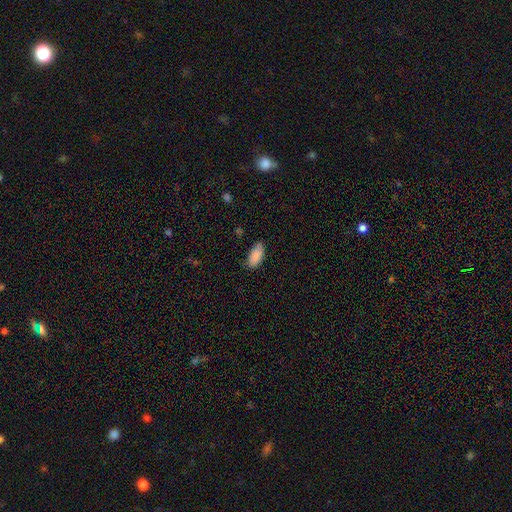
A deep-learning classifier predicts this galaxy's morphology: smooth-or-featured: smooth: 88% | star or artifact: 6% | featured or disk: 5%
  how-rounded: in between: 91% | cigar-shaped: 7% | round: 2%
  merging: none: 75% | minor disturbance: 20% | major disturbance: 3% | merger: 1%